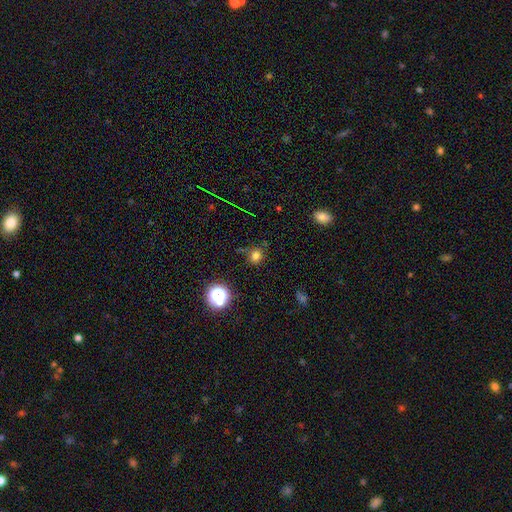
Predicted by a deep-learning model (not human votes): Q: Smooth or featured?
A: smooth (73%); runner-up: star or artifact (22%)
Q: How rounded?
A: round (81%); runner-up: in between (18%)
Q: Merging?
A: none (75%); runner-up: minor disturbance (16%)